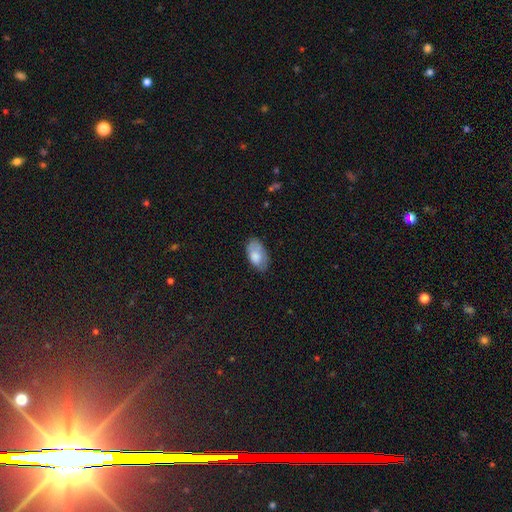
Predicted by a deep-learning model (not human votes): A smooth galaxy with no disk features (75%) that is in between round and cigar-shaped (94%). Merging: none (63%).